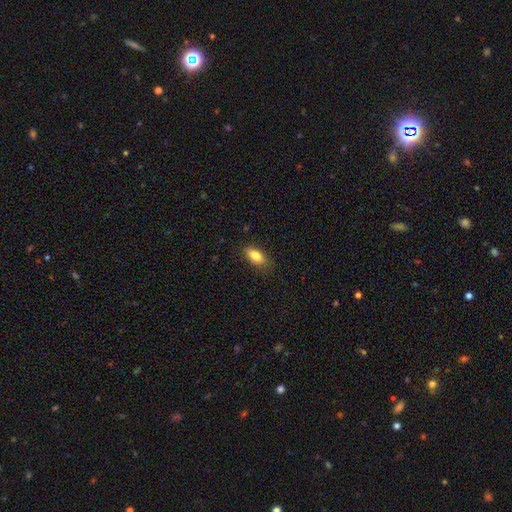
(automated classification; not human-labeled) Smooth or featured: smooth — 81% (featured or disk — 11%)
How rounded: in between — 85% (cigar-shaped — 11%)
Merging: none — 82% (minor disturbance — 14%)